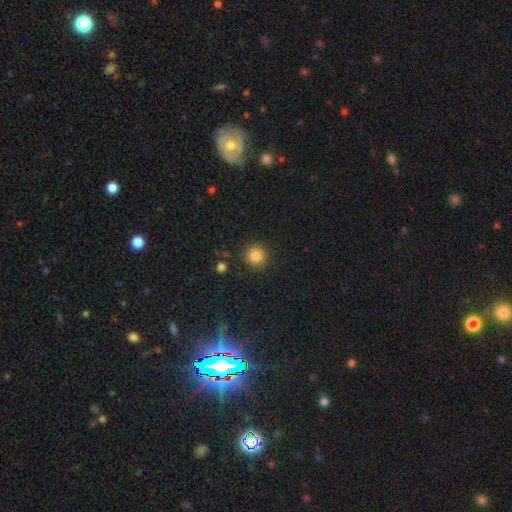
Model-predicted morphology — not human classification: This appears to be a smooth galaxy with no disk features (83%) that is round (93%). Merging: none (89%).